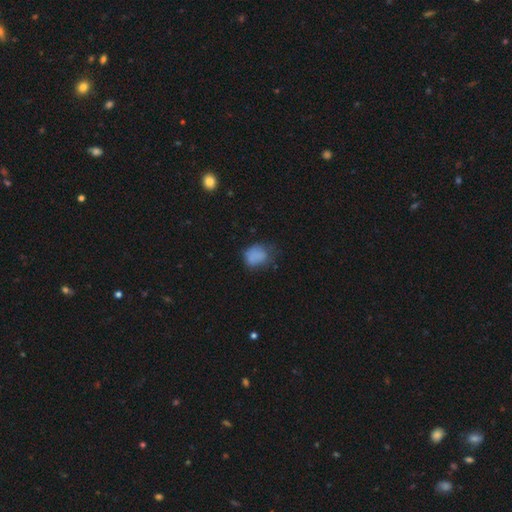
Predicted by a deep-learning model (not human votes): The model was most divided on "how rounded": in between: 51%, round: 47%, cigar-shaped: 1%. Remaining: smooth or featured — smooth (78%); merging — none (47%).